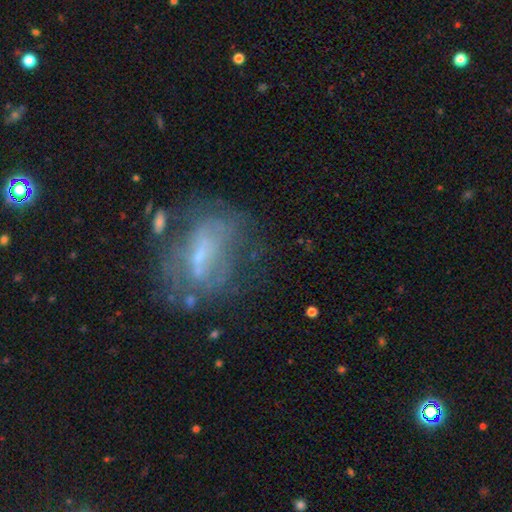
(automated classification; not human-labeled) featured or disk 59%, smooth 27%, star or artifact 14%. Down the decision tree: edge-on disk — no (93%); bar — no (42%); spiral arms — no (60%); bulge size — small (62%); merging — none (51%).